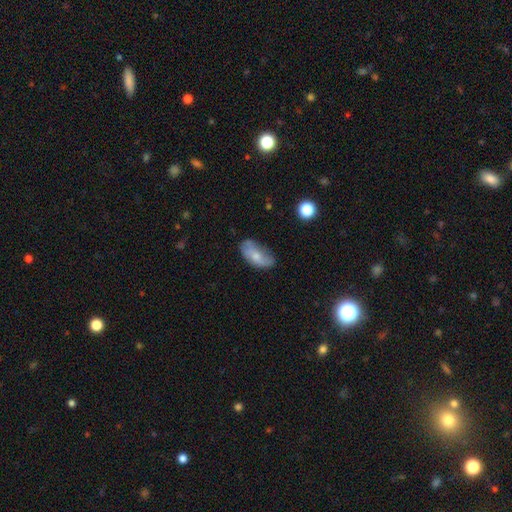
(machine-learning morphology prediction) Smooth or featured: smooth — 59% (featured or disk — 33%)
How rounded: in between — 91% (cigar-shaped — 5%)
Merging: none — 54% (minor disturbance — 32%)